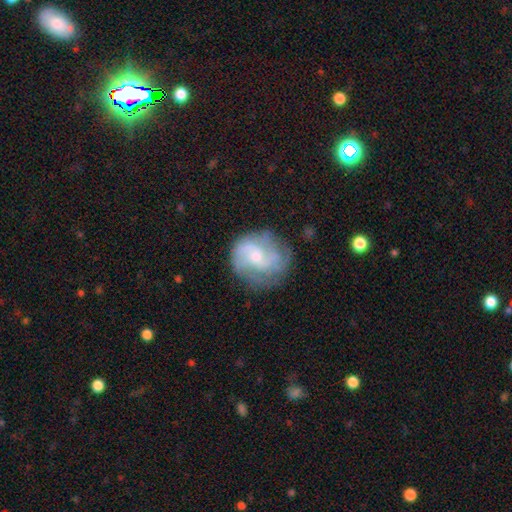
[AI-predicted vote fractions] smooth-or-featured: featured or disk: 69% | smooth: 23% | star or artifact: 7%
  disk-edge-on: no: 98% | yes: 2%
    bar: no: 63% | weak: 32% | strong: 5%
    has-spiral-arms: yes: 87% | no: 13%
      spiral-winding: medium: 44% | tight: 35% | loose: 21%
      spiral-arm-count: 2: 31% (tied) | can't tell: 31% (tied) | 3: 21% | 4: 7% | 1: 5% | more than 4: 4%
    bulge-size: small: 55% | moderate: 37% | none: 4% | large: 3% | dominant: 1%
  merging: none: 65% | minor disturbance: 21% | major disturbance: 12% | merger: 2%